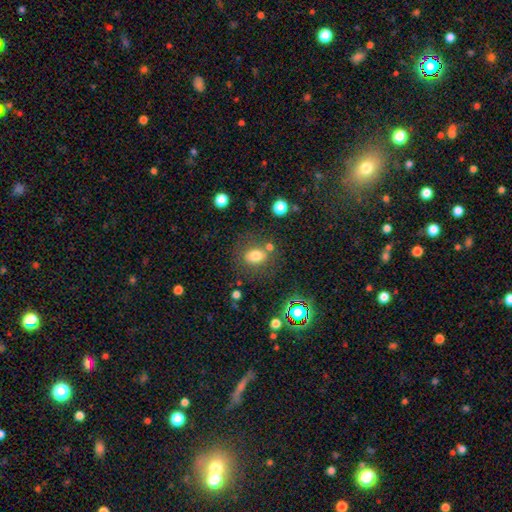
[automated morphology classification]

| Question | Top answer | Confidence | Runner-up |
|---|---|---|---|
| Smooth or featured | smooth | 75% | star or artifact (14%) |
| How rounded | in between | 59% | round (39%) |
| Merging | none | 66% | minor disturbance (15%) |